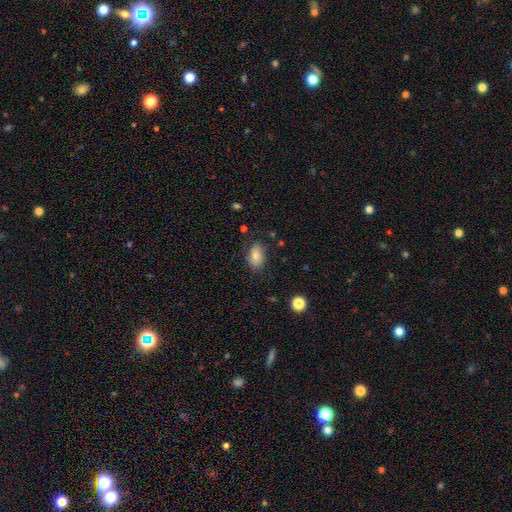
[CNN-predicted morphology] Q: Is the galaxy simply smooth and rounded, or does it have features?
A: smooth — 75%.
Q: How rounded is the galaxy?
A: in between — 86%.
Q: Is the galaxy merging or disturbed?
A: none — 76%.